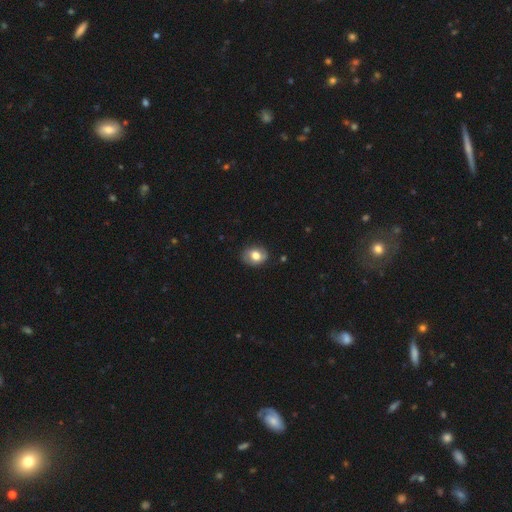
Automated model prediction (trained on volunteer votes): The model was most divided on "how rounded": in between: 55%, round: 44%, cigar-shaped: 1%. More confident: merging — none (79%); smooth or featured — smooth (66%).